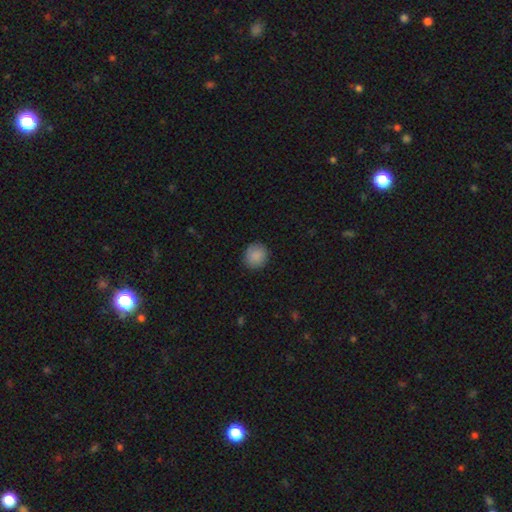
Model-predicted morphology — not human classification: A smooth galaxy with no disk features (89%) that is round (89%).

Vote fractions:
- Smooth or featured? smooth: 89% / star or artifact: 8% / featured or disk: 4%
- How rounded? round: 89% / in between: 10% / cigar-shaped: 1%
- Merging? none: 89% / minor disturbance: 8% / major disturbance: 2% / merger: 1%